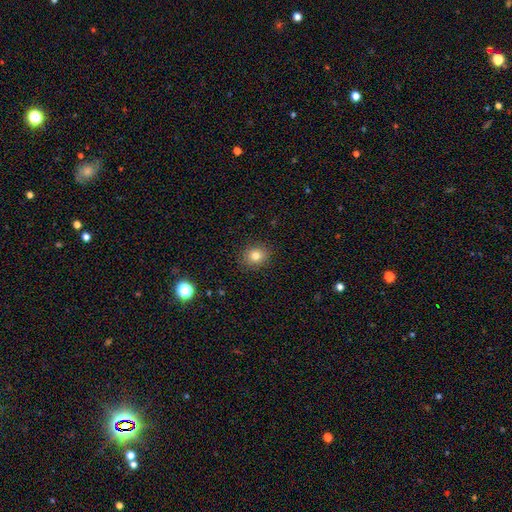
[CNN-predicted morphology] smooth 80%, star or artifact 12%, featured or disk 8%. Down the decision tree: how rounded — round (70%); merging — none (89%).